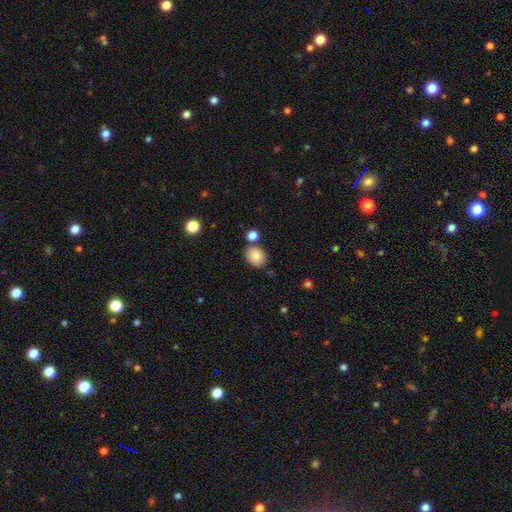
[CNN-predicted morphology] This is clearly a smooth galaxy (86%). How rounded: possibly in between (51%). Merging: likely none (73%).